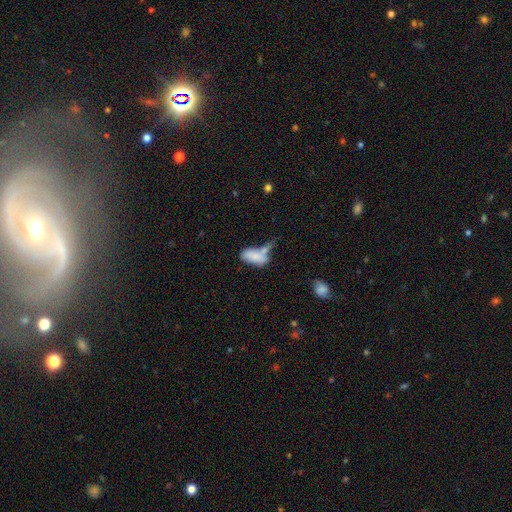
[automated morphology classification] Smooth or featured?
  - smooth: 77% *
  - featured or disk: 15%
  - star or artifact: 8%
How rounded?
  - in between: 91% *
  - cigar-shaped: 5%
  - round: 3%
Merging?
  - merger: 36% *
  - none: 27%
  - minor disturbance: 21%
  - major disturbance: 15%